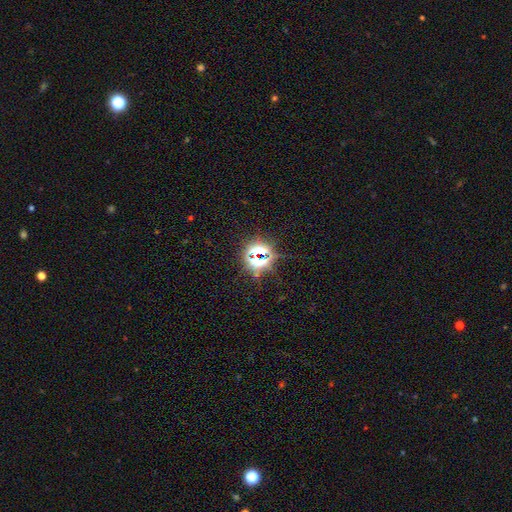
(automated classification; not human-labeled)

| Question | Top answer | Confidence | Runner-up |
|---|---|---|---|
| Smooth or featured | star or artifact | 76% | smooth (15%) |